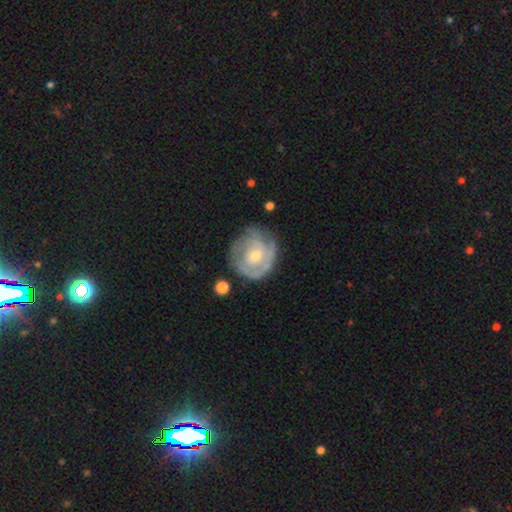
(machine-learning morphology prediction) Q: Smooth or featured?
A: featured or disk (69%); runner-up: smooth (25%)
Q: Edge-on disk?
A: no (97%); runner-up: yes (3%)
Q: Bar?
A: no (71%); runner-up: weak (24%)
Q: Spiral arms?
A: yes (70%); runner-up: no (30%)
Q: Bulge size?
A: moderate (51%); runner-up: small (45%)
Q: Merging?
A: none (63%); runner-up: minor disturbance (24%)